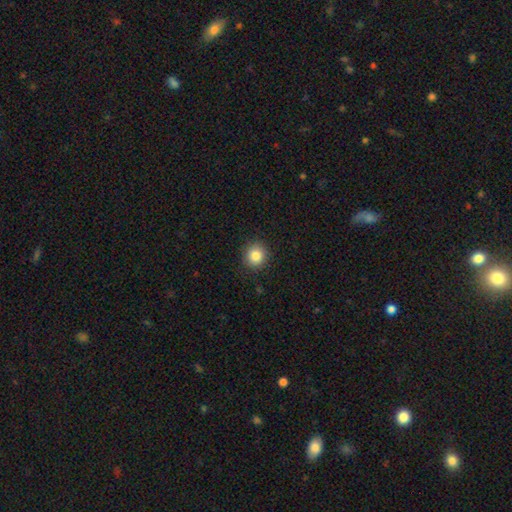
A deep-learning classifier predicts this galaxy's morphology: This is clearly a smooth galaxy (84%). How rounded: clearly round (89%). Merging: clearly none (90%).